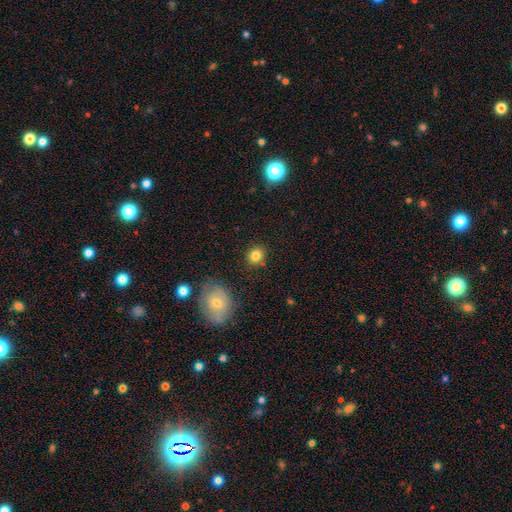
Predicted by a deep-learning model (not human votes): Smooth or featured: smooth — 82% (star or artifact — 11%)
How rounded: round — 79% (in between — 20%)
Merging: none — 87% (minor disturbance — 8%)